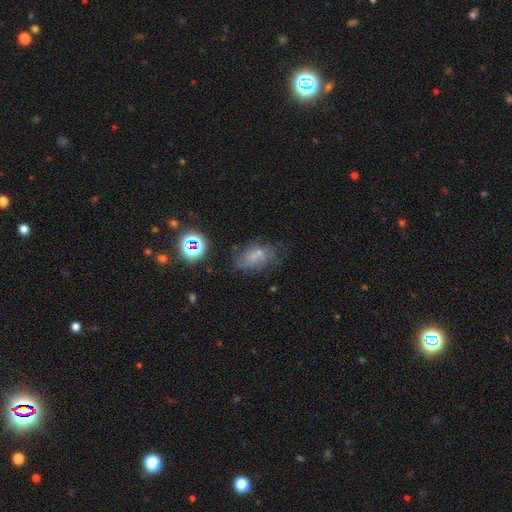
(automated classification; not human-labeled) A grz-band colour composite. It shows a smooth galaxy with no disk features (41%). Merging: none (47%).